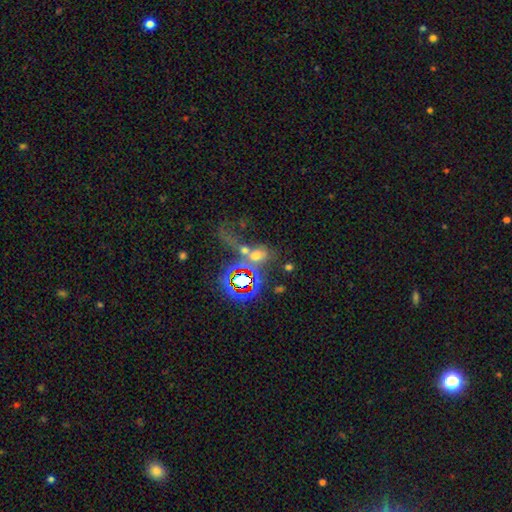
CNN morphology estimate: This is possibly a smooth galaxy (45%). Merging: marginally merger (41%).